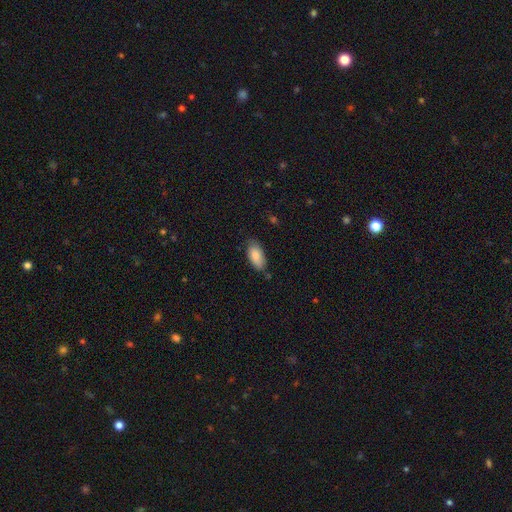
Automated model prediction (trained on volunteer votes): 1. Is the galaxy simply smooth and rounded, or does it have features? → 85% smooth, 8% featured or disk, 6% star or artifact.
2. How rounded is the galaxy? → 92% in between, 6% cigar-shaped, 2% round.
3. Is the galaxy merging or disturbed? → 73% none, 21% minor disturbance, 3% major disturbance, 2% merger.